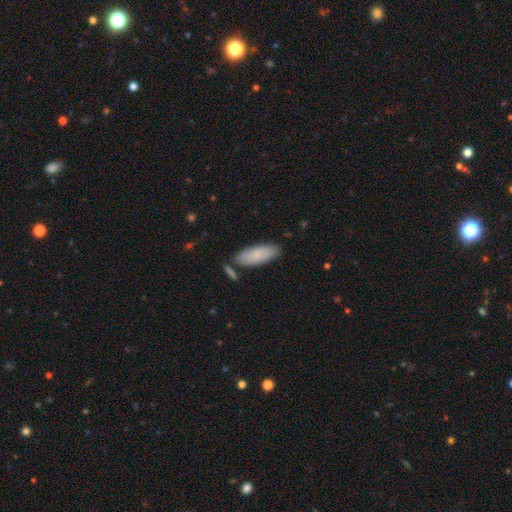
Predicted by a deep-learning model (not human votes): Smooth or featured: smooth — 85% (featured or disk — 10%)
How rounded: in between — 73% (cigar-shaped — 25%)
Merging: none — 80% (minor disturbance — 13%)